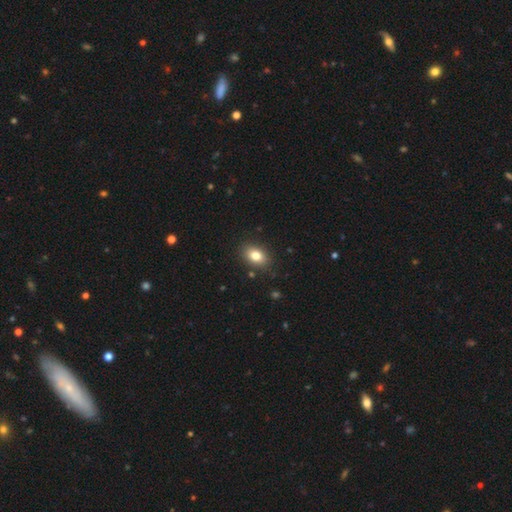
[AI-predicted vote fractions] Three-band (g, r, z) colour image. It shows a smooth galaxy with no disk features (81%) that is in between round and cigar-shaped (80%). Merging: none (87%).